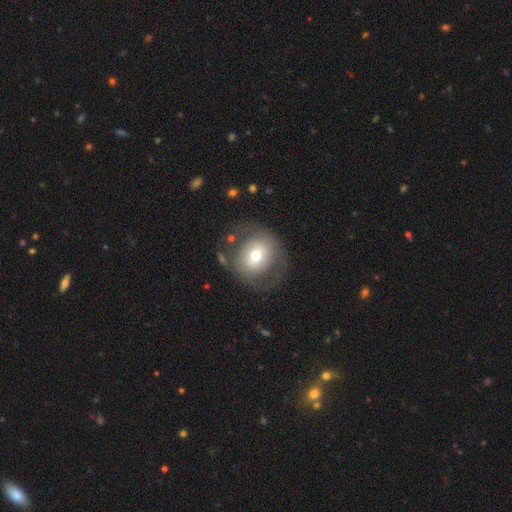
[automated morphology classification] This is possibly a smooth galaxy (53%). How rounded: likely round (78%). Merging: likely none (67%).